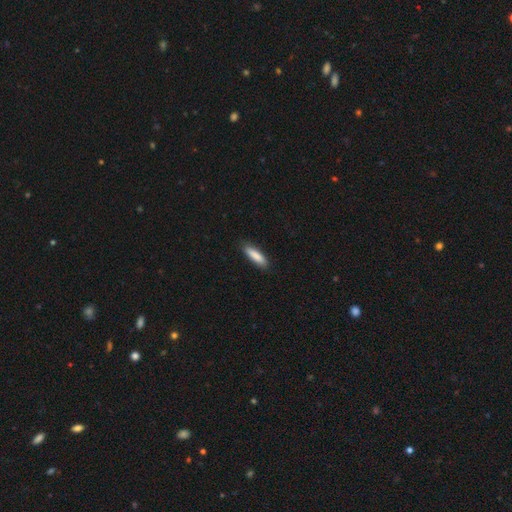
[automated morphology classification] Smooth or featured? Predicted: smooth (p=0.86). How rounded? Predicted: cigar-shaped (p=0.67). Merging? Predicted: none (p=0.85).